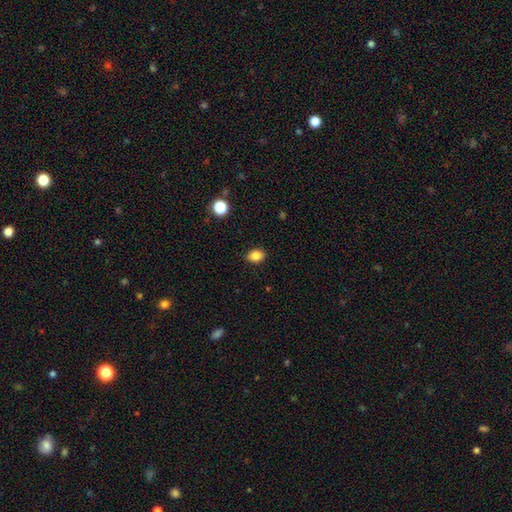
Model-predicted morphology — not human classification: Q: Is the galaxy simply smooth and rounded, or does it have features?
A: smooth — 85%.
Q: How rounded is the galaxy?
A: in between — 69%.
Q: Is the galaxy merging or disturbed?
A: none — 87%.